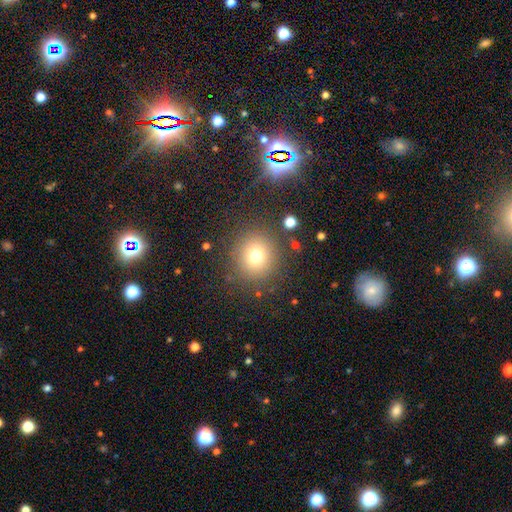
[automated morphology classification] smooth-or-featured: smooth: 73% | star or artifact: 16% | featured or disk: 11%
  how-rounded: round: 90% | in between: 9% | cigar-shaped: 1%
  merging: none: 85% | minor disturbance: 8% | major disturbance: 5% | merger: 2%